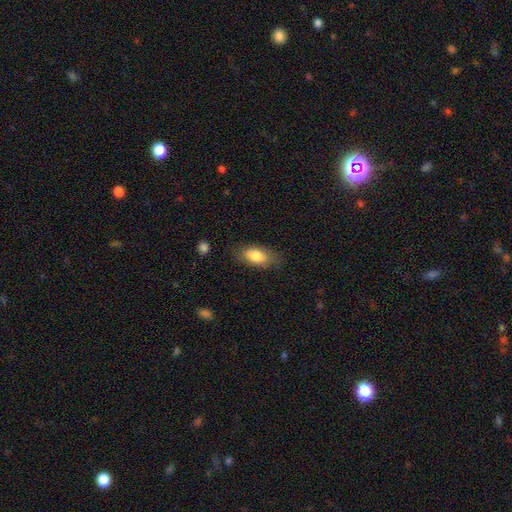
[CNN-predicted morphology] smooth 80%, featured or disk 14%, star or artifact 7%. Down the decision tree: how rounded — in between (90%); merging — none (77%).